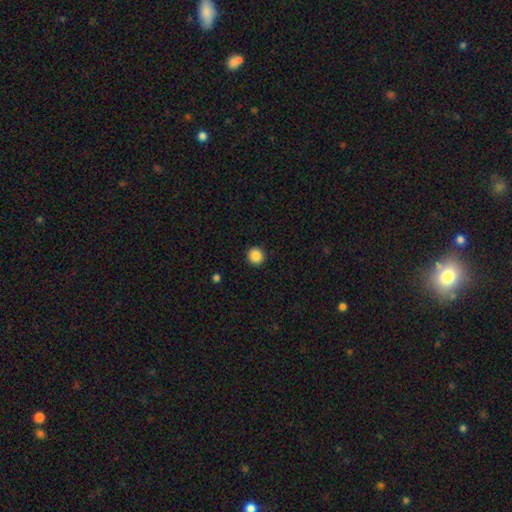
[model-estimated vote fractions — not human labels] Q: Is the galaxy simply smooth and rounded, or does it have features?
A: smooth — 87%.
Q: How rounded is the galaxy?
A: round — 94%.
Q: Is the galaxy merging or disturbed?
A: none — 93%.